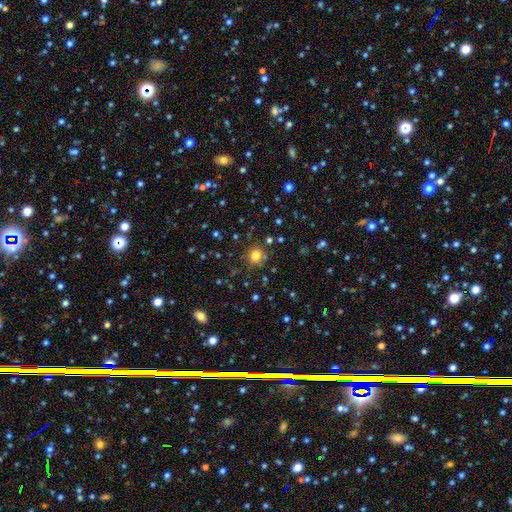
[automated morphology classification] This is likely a smooth galaxy (77%). How rounded: clearly round (91%). Merging: clearly none (83%).